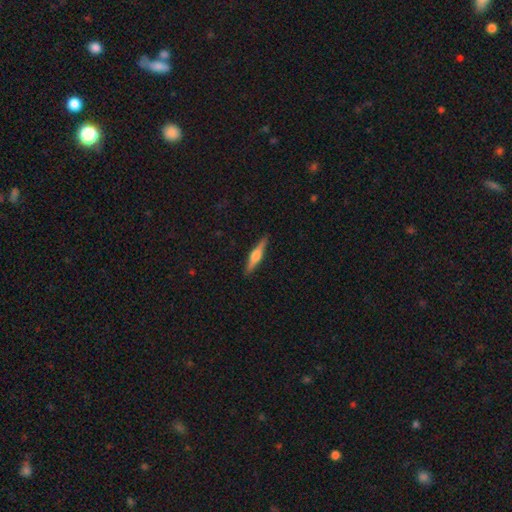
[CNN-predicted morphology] type=featured or disk (63%); edge-on=yes (98%); edge-on bulge=rounded (86%); merging=none (91%).